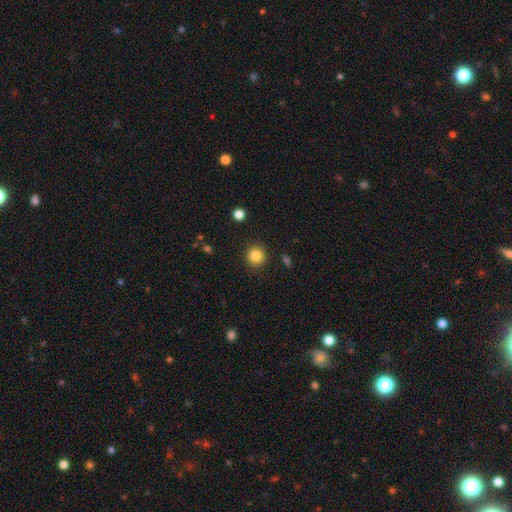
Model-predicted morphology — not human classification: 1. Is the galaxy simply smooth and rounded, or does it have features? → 85% smooth, 11% star or artifact, 5% featured or disk.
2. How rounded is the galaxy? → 93% round, 6% in between, 1% cigar-shaped.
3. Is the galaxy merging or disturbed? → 90% none, 6% minor disturbance, 2% major disturbance, 1% merger.